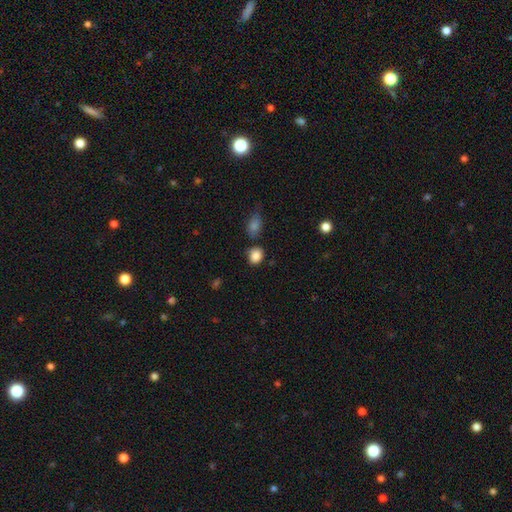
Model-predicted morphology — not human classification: Smooth or featured? Predicted: smooth (p=0.87). How rounded? Predicted: round (p=0.52). Merging? Predicted: none (p=0.72).